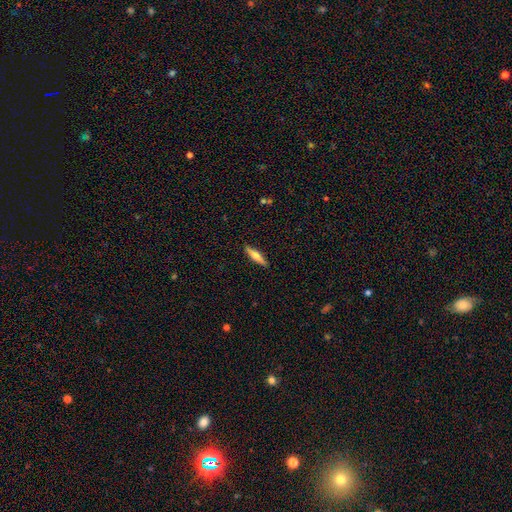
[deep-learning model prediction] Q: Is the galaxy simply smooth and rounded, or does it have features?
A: smooth — 50%.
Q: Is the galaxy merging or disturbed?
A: none — 90%.